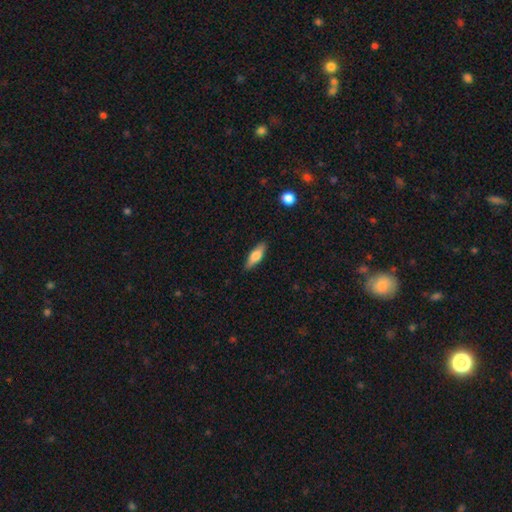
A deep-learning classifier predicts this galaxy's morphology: Smooth or featured: smooth — 71% (featured or disk — 23%)
How rounded: in between — 52% (cigar-shaped — 46%)
Merging: none — 87% (minor disturbance — 10%)